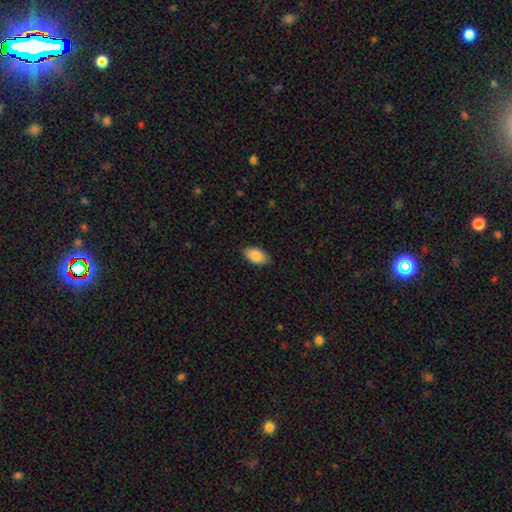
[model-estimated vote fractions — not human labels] A smooth galaxy with no disk features (88%) that is in between round and cigar-shaped (94%).

Vote fractions:
- Smooth or featured? smooth: 88% / star or artifact: 6% / featured or disk: 5%
- How rounded? in between: 94% / round: 3% / cigar-shaped: 3%
- Merging? none: 87% / minor disturbance: 10% / major disturbance: 2% / merger: 1%